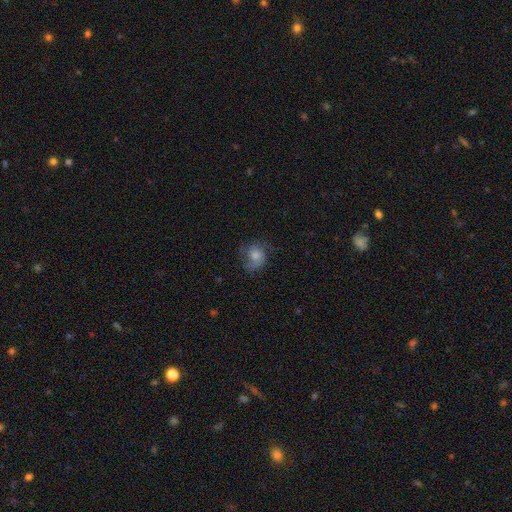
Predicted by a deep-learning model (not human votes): Smooth or featured: featured or disk — 46% (smooth — 45%)
Merging: none — 57% (minor disturbance — 24%)